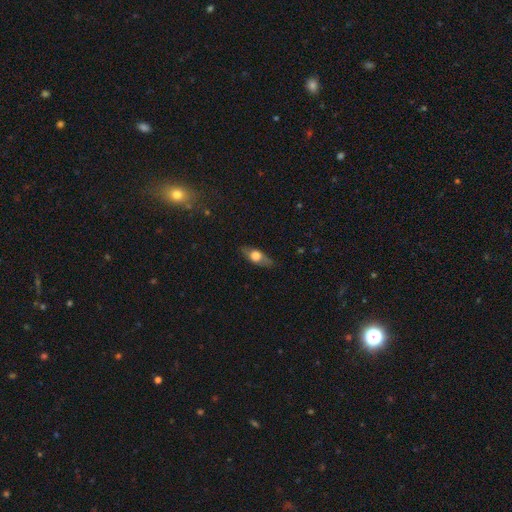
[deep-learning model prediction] This is possibly a smooth galaxy (47%). Merging: clearly none (81%).